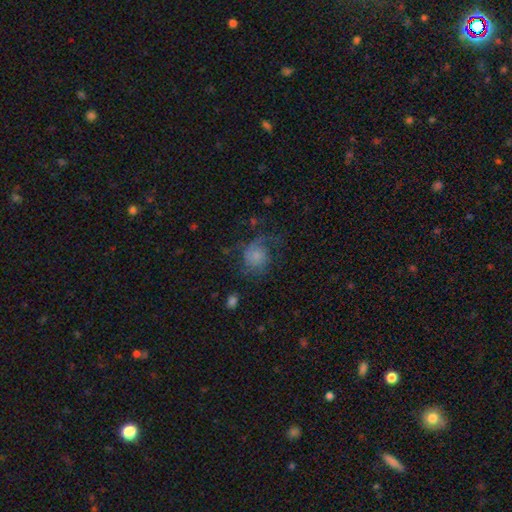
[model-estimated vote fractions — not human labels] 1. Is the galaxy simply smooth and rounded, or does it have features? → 48% featured or disk, 42% smooth, 10% star or artifact.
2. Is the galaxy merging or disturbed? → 45% none, 32% major disturbance, 21% minor disturbance, 2% merger.